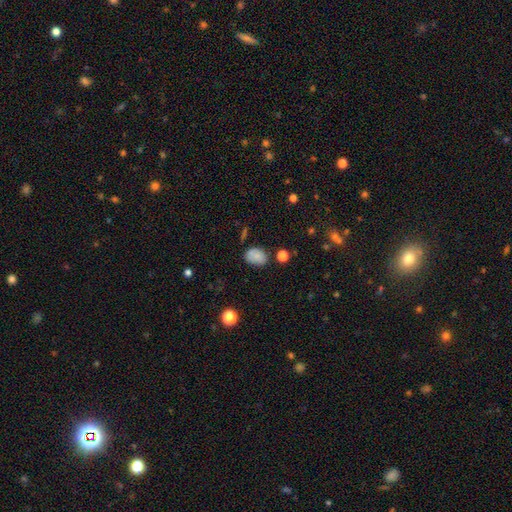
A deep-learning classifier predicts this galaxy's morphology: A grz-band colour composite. It shows a smooth galaxy with no disk features (81%) that is in between round and cigar-shaped (74%). Merging: none (67%).